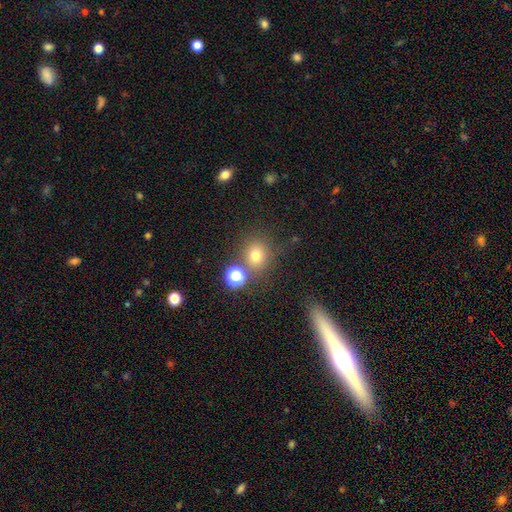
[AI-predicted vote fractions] smooth_or_featured: smooth (p=0.73) [alt: star or artifact p=0.18]
how_rounded: round (p=0.81) [alt: in between p=0.18]
merging: none (p=0.73) [alt: merger p=0.13]